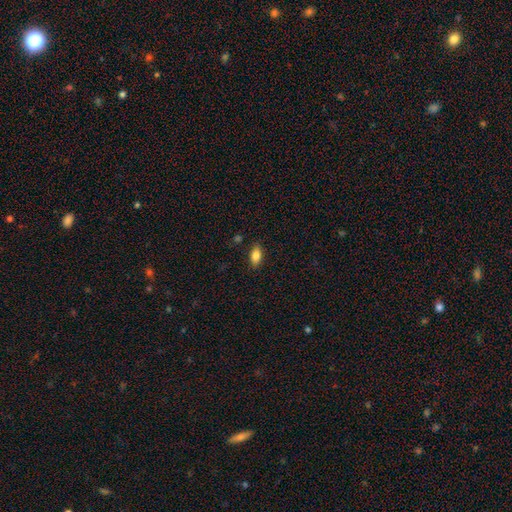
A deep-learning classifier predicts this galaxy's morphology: A smooth galaxy with no disk features (84%) that is in between round and cigar-shaped (89%). Merging: none (86%).